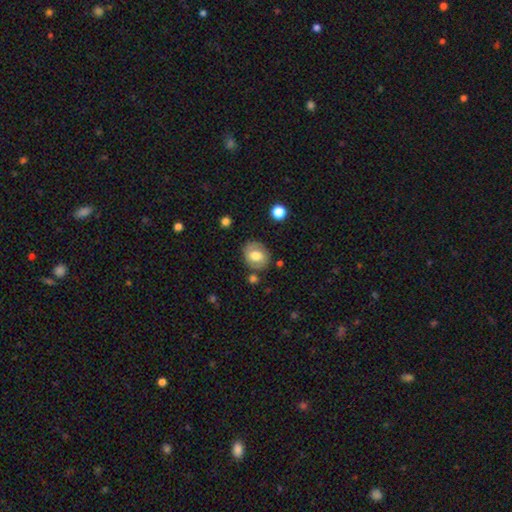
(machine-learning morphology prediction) Smooth or featured? Predicted: smooth (p=0.66). How rounded? Predicted: round (p=0.59). Merging? Predicted: none (p=0.77).